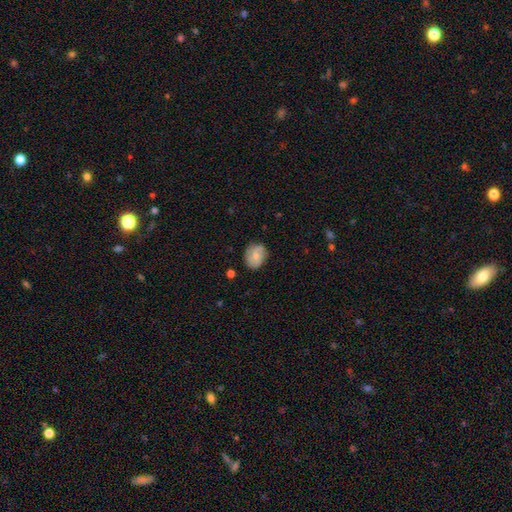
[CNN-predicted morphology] Q: Smooth or featured?
A: smooth (60%); runner-up: featured or disk (32%)
Q: How rounded?
A: round (54%); runner-up: in between (45%)
Q: Merging?
A: none (72%); runner-up: minor disturbance (21%)